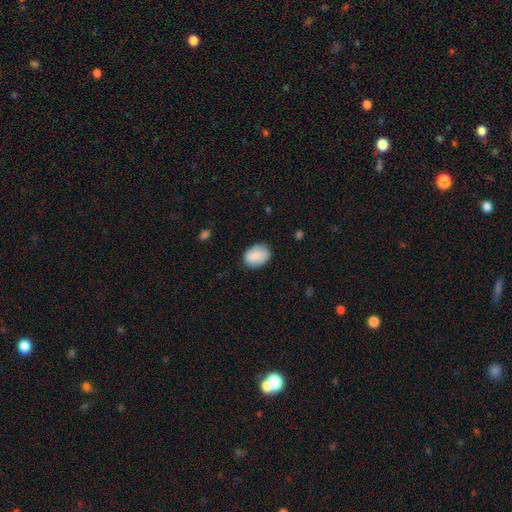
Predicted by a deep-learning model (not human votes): Overall: smooth (86%). How rounded: in between (71%). Merging: none (76%).